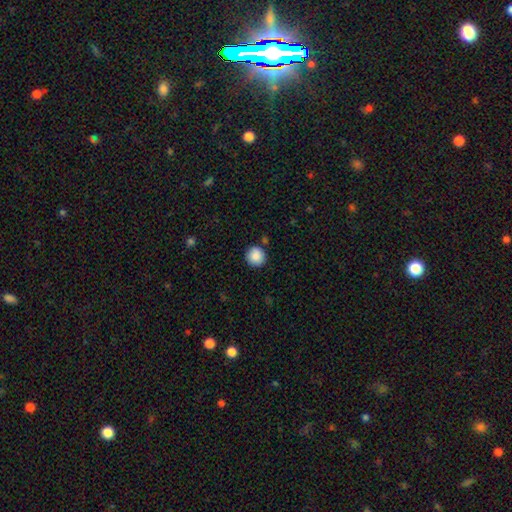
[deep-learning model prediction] Smooth or featured?
  - smooth: 88% *
  - star or artifact: 8%
  - featured or disk: 3%
How rounded?
  - round: 93% *
  - in between: 6%
  - cigar-shaped: 1%
Merging?
  - none: 87% *
  - minor disturbance: 8%
  - merger: 3%
  - major disturbance: 2%